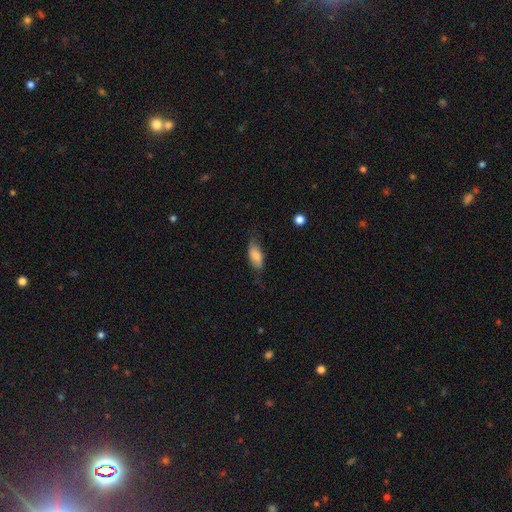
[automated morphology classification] This appears to be a smooth galaxy with no disk features (75%) that is in between round and cigar-shaped (84%). Merging: none (58%).